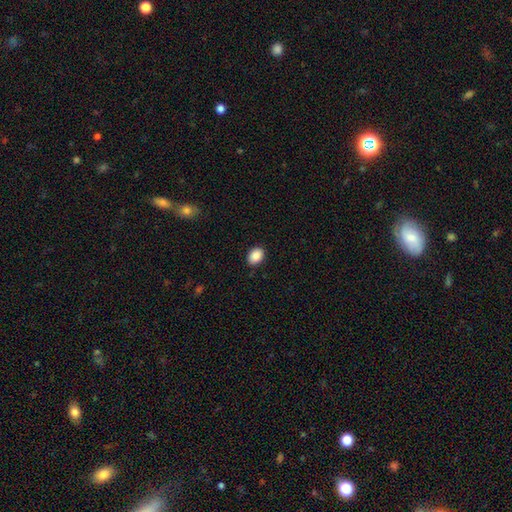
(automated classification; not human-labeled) smooth 90%, star or artifact 8%, featured or disk 3%. Down the decision tree: how rounded — in between (73%); merging — none (88%).